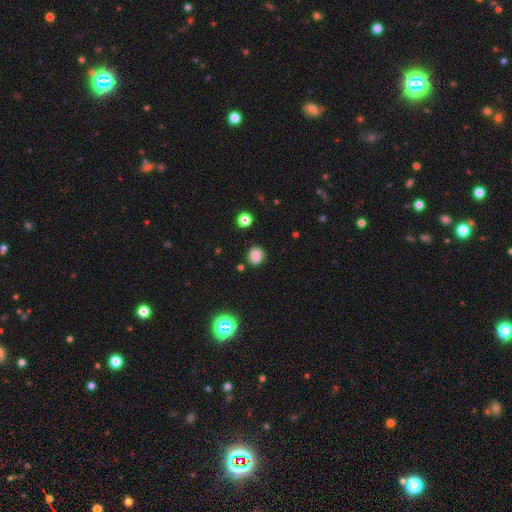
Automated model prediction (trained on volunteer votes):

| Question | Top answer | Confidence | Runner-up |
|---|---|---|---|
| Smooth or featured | smooth | 77% | star or artifact (14%) |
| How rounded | round | 80% | in between (19%) |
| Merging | none | 81% | minor disturbance (13%) |